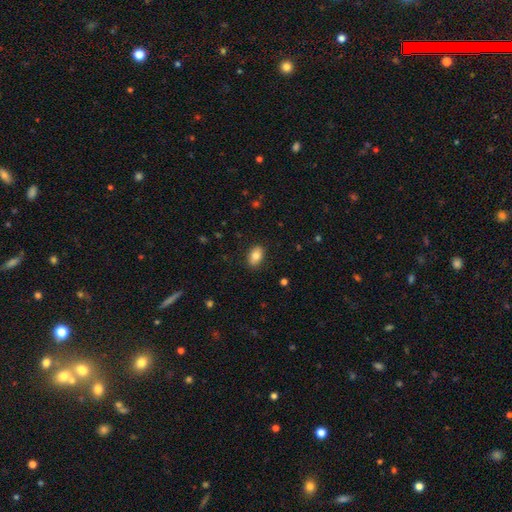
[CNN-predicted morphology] Smooth or featured? Predicted: smooth (p=0.82). How rounded? Predicted: in between (p=0.87). Merging? Predicted: none (p=0.87).